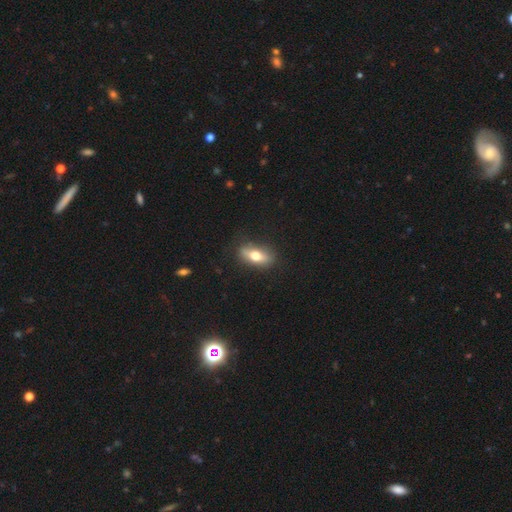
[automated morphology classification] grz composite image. It shows a smooth galaxy with no disk features (64%) that is in between round and cigar-shaped (77%). Merging: none (82%).